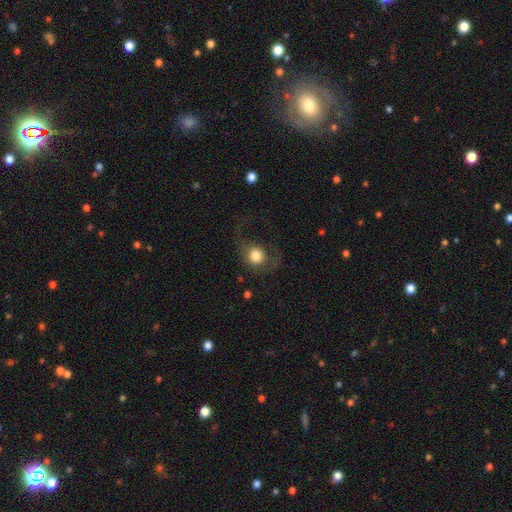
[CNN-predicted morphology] Smooth or featured? Predicted: smooth (p=0.69). How rounded? Predicted: round (p=0.77). Merging? Predicted: none (p=0.40).